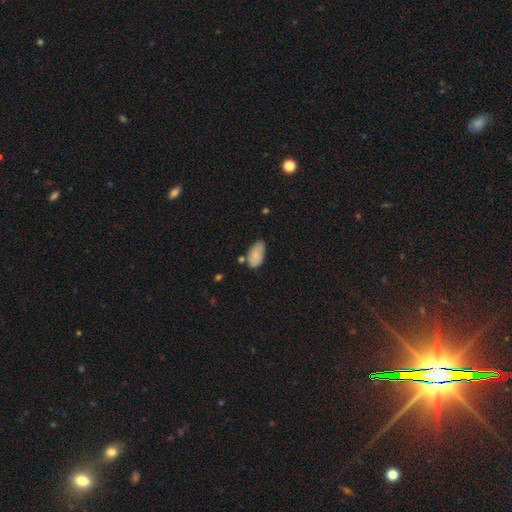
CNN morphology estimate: smooth-or-featured: smooth: 79% | featured or disk: 14% | star or artifact: 7%
  how-rounded: in between: 94% | round: 4% | cigar-shaped: 3%
  merging: none: 58% | minor disturbance: 29% | merger: 8% | major disturbance: 5%